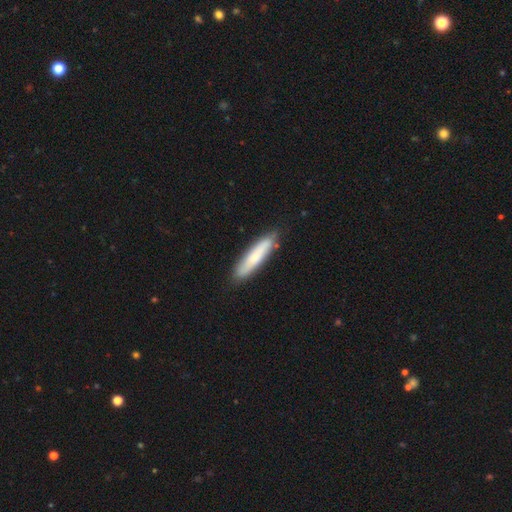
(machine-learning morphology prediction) type=smooth (69%); roundness=cigar-shaped (85%); merging=none (83%).